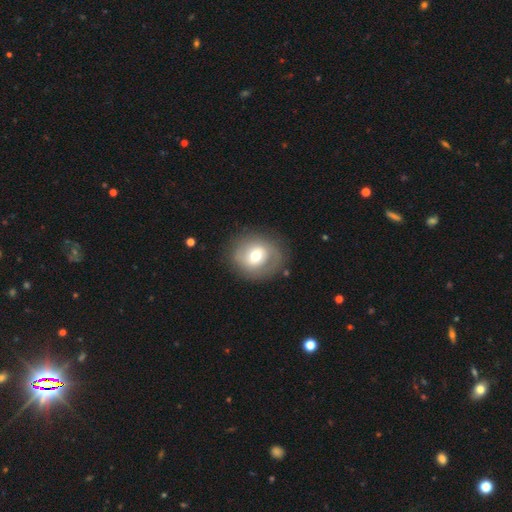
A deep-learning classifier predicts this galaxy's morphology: Q: Smooth or featured?
A: smooth (55%); runner-up: featured or disk (37%)
Q: How rounded?
A: round (80%); runner-up: in between (19%)
Q: Merging?
A: none (78%); runner-up: minor disturbance (14%)